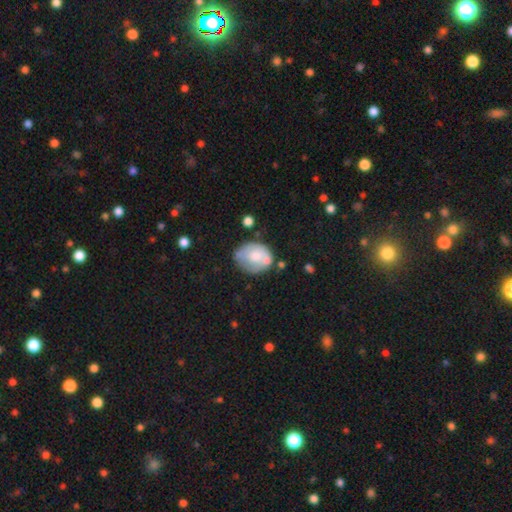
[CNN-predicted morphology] Q: Smooth or featured?
A: smooth (60%); runner-up: featured or disk (33%)
Q: How rounded?
A: in between (52%); runner-up: round (47%)
Q: Merging?
A: none (48%); runner-up: minor disturbance (28%)